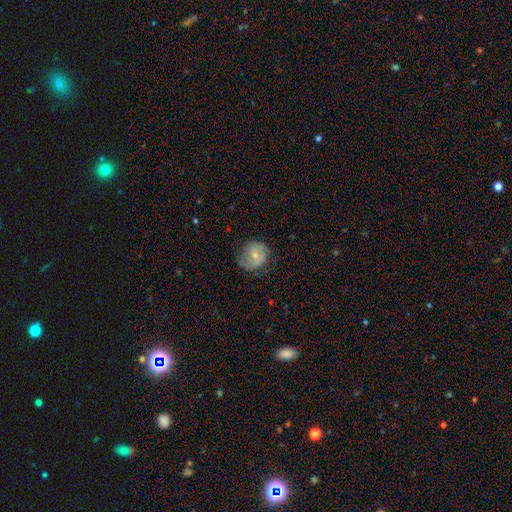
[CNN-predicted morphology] The model was most divided on "smooth or featured": featured or disk: 49%, smooth: 44%, star or artifact: 7%. More confident: merging — none (62%).